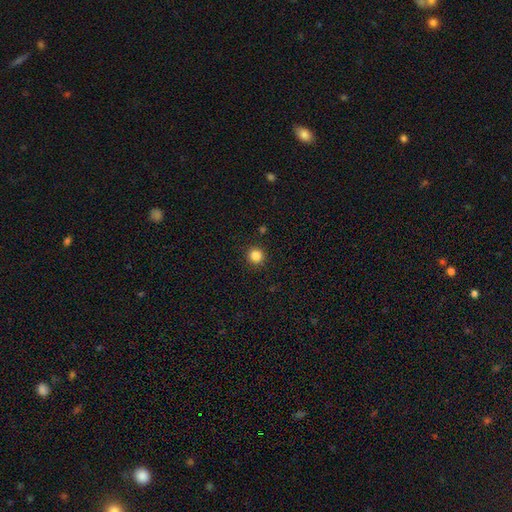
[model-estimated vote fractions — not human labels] A smooth galaxy with no disk features (84%) that is round (94%). Merging: none (91%).